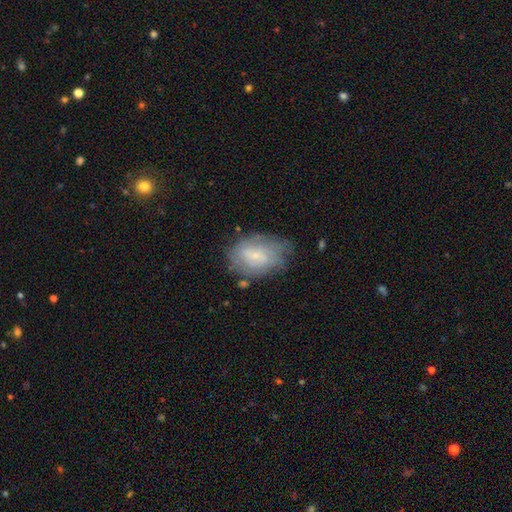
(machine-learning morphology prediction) type=featured or disk (50%); edge-on=no (96%); merging=none (57%).